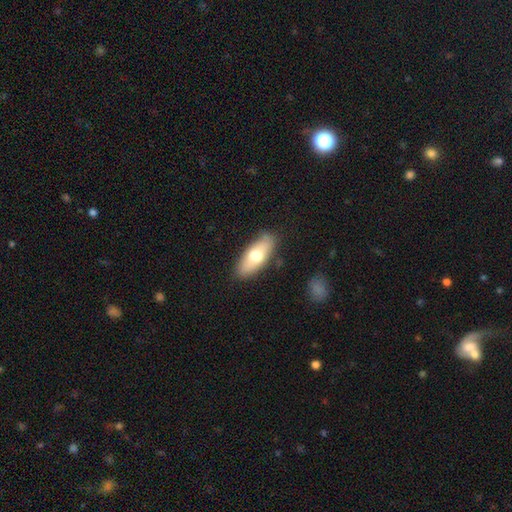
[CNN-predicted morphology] Smooth or featured: smooth — 65% (featured or disk — 29%)
How rounded: in between — 78% (cigar-shaped — 20%)
Merging: none — 82% (minor disturbance — 13%)